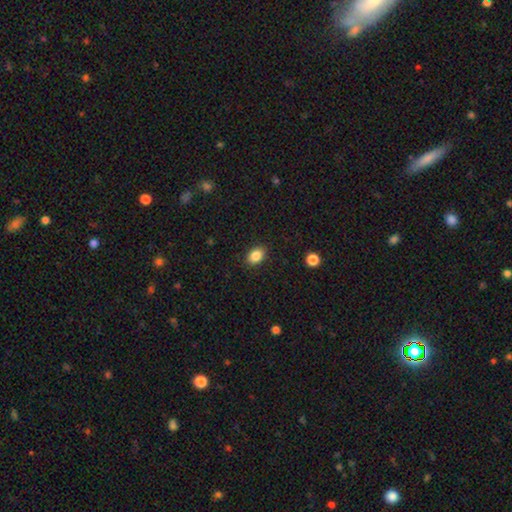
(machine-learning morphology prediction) The model was most divided on "how rounded": in between: 77%, round: 22%, cigar-shaped: 1%. More confident: merging — none (88%); smooth or featured — smooth (87%).